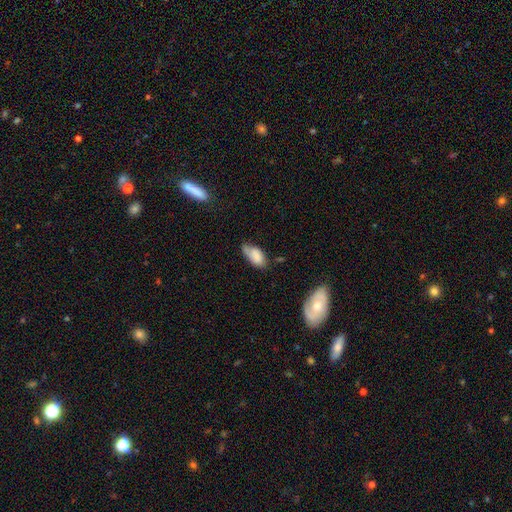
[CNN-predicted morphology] smooth-or-featured: smooth: 76% | featured or disk: 17% | star or artifact: 8%
  how-rounded: in between: 91% | cigar-shaped: 6% | round: 3%
  merging: none: 43% | minor disturbance: 39% | major disturbance: 13% | merger: 6%